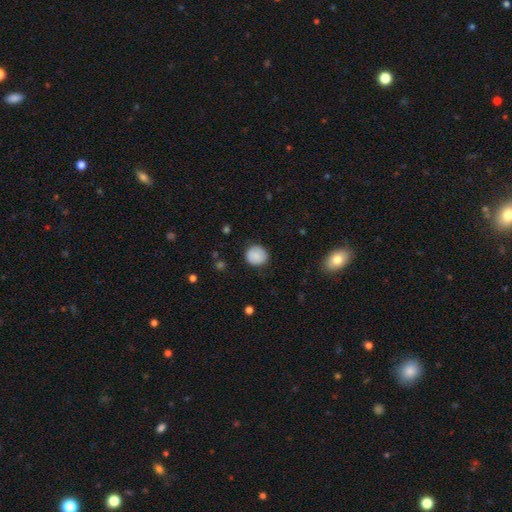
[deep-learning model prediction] Overall: smooth (83%). How rounded: round (85%). Merging: none (83%).